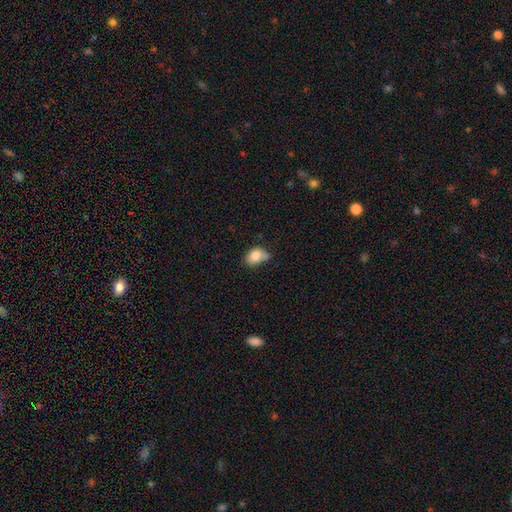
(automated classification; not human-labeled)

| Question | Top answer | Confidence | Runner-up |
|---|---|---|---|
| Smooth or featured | smooth | 83% | star or artifact (9%) |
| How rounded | in between | 71% | round (28%) |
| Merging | none | 47% | minor disturbance (35%) |